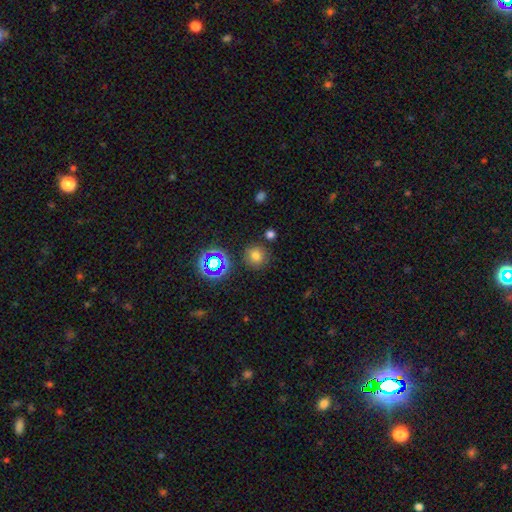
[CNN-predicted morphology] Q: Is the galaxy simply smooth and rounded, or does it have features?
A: smooth — 70%.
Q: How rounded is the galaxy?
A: round — 89%.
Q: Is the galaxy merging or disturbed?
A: none — 82%.